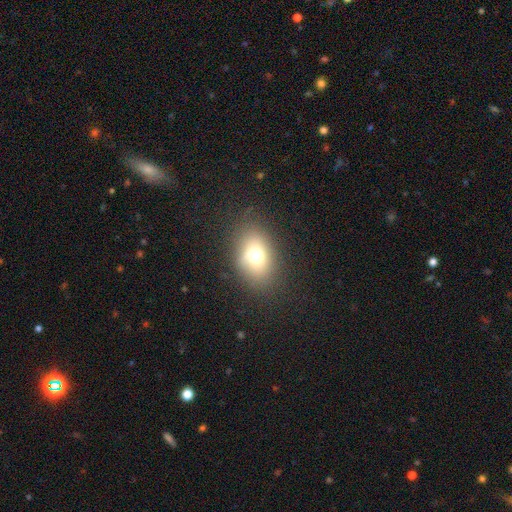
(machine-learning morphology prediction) smooth-or-featured: smooth: 67% | featured or disk: 17% | star or artifact: 15%
  how-rounded: in between: 65% | round: 34% | cigar-shaped: 1%
  merging: none: 78% | minor disturbance: 14% | major disturbance: 7% | merger: 2%